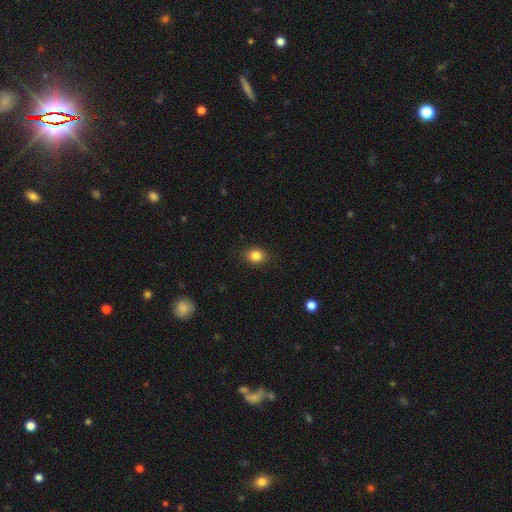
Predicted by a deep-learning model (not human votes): The model was most divided on "how rounded": round: 56%, in between: 43%, cigar-shaped: 1%. More confident: merging — none (88%); smooth or featured — smooth (84%).